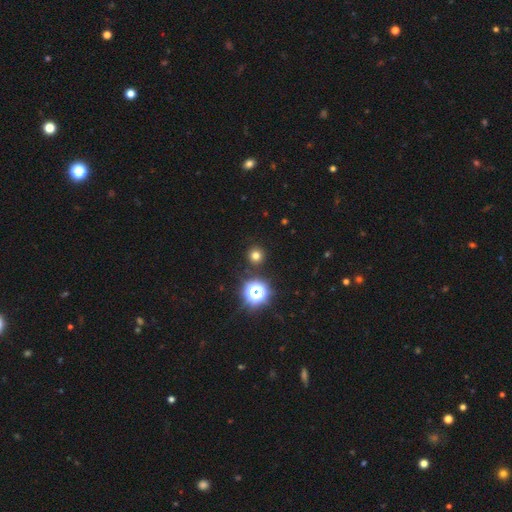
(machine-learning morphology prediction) A smooth galaxy with no disk features (73%) that is round (95%). Merging: none (91%).